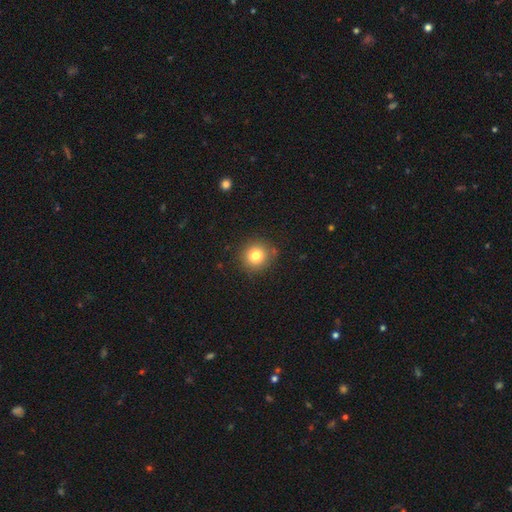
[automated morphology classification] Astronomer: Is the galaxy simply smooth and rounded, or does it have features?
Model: smooth — 80%.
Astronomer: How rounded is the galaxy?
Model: round — 92%.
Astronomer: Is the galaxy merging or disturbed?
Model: none — 85%.